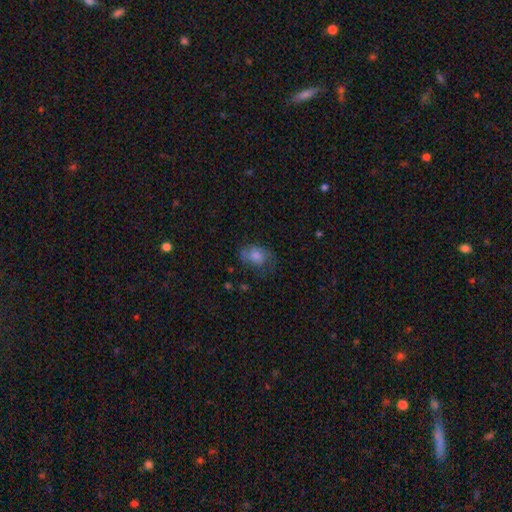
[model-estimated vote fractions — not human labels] Q: Smooth or featured?
A: smooth (67%); runner-up: featured or disk (24%)
Q: How rounded?
A: in between (70%); runner-up: round (29%)
Q: Merging?
A: none (49%); runner-up: minor disturbance (28%)